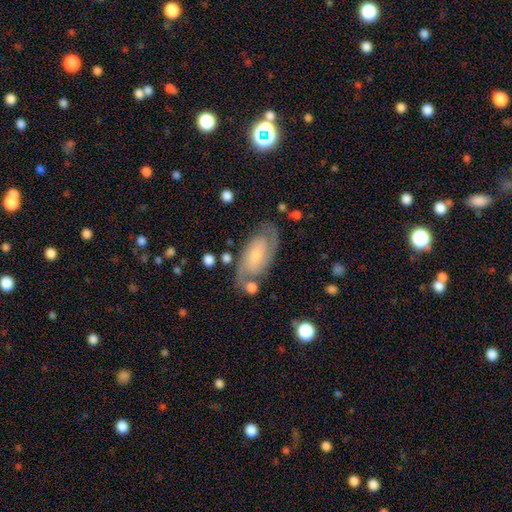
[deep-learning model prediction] Smooth or featured: featured or disk — 77% (smooth — 17%)
Edge-on disk: no — 94% (yes — 6%)
Bar: no — 53% (weak — 35%)
Spiral arms: yes — 94% (no — 6%)
Spiral winding: tight — 45% (medium — 43%)
Spiral arm count: 2 — 86% (can't tell — 8%)
Bulge size: small — 54% (moderate — 30%)
Merging: none — 73% (minor disturbance — 15%)